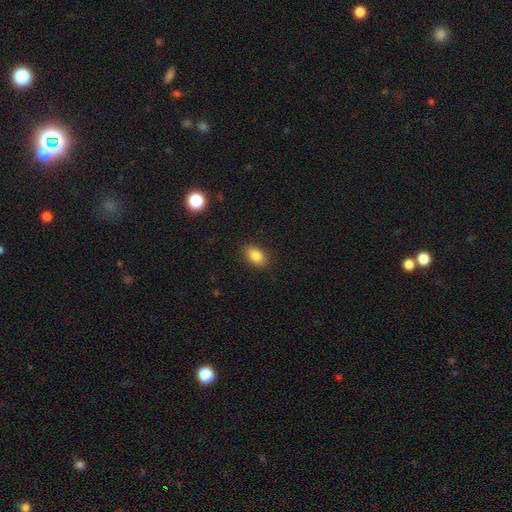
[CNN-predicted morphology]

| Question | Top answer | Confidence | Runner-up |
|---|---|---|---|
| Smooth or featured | smooth | 85% | star or artifact (9%) |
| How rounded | in between | 87% | round (11%) |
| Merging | none | 88% | minor disturbance (8%) |